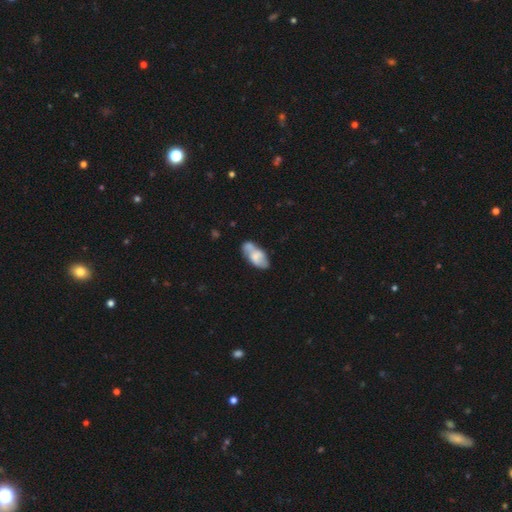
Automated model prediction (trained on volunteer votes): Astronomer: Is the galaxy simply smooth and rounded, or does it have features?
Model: smooth — 55% (runner-up: featured or disk, 38%).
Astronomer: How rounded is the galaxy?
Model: in between — 91%.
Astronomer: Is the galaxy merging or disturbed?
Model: none — 40% (runner-up: merger, 27%).